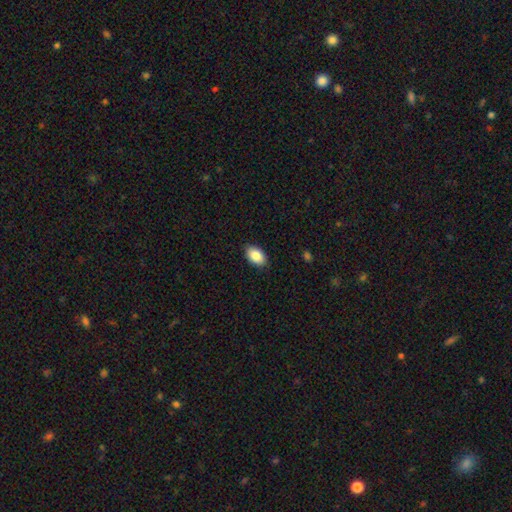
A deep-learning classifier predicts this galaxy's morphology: A smooth galaxy with no disk features (87%) that is in between round and cigar-shaped (92%).

Vote fractions:
- Smooth or featured? smooth: 87% / star or artifact: 7% / featured or disk: 6%
- How rounded? in between: 92% / round: 7% / cigar-shaped: 1%
- Merging? none: 87% / minor disturbance: 10% / major disturbance: 2% / merger: 1%